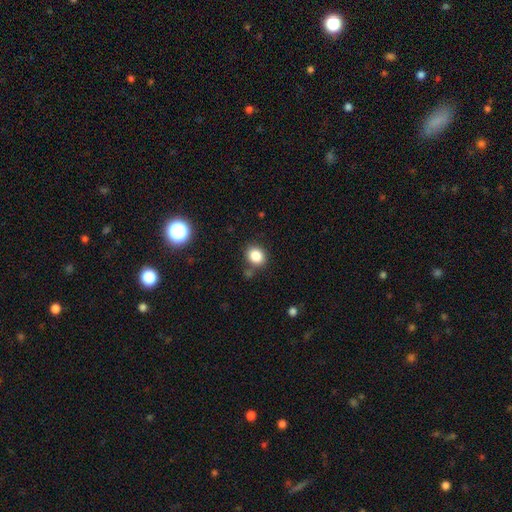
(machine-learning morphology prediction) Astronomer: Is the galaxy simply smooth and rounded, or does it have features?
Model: smooth — 84%.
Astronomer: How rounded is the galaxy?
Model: round — 61% (runner-up: in between, 38%).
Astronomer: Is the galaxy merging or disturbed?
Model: none — 78%.